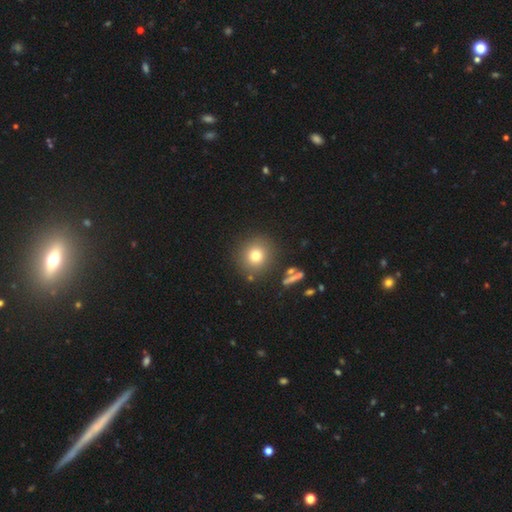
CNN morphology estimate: smooth 77%, star or artifact 13%, featured or disk 10%. Down the decision tree: how rounded — round (90%); merging — none (85%).